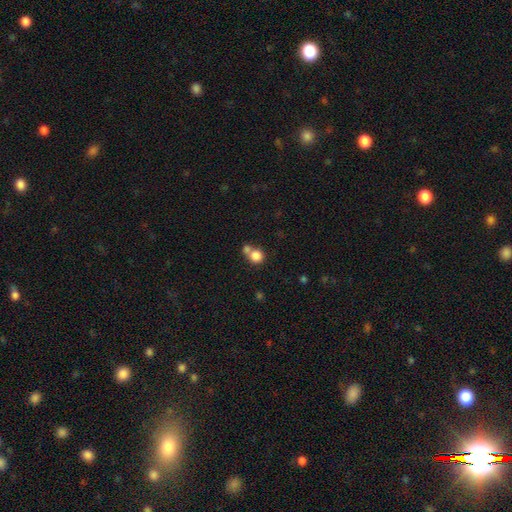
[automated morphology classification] smooth 82%, star or artifact 10%, featured or disk 8%. Down the decision tree: how rounded — round (84%); merging — none (45%).